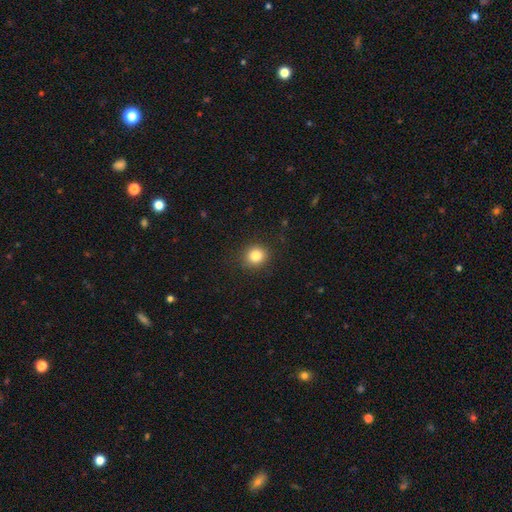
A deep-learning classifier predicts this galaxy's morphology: A smooth galaxy with no disk features (83%) that is round (87%). Merging: none (90%).